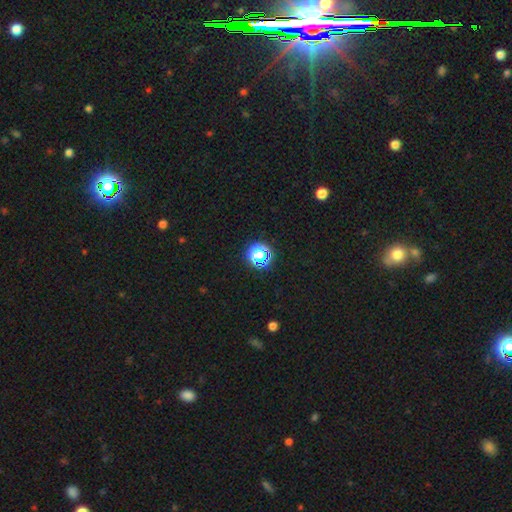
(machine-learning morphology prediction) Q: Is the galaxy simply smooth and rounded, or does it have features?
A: star or artifact — 51%.